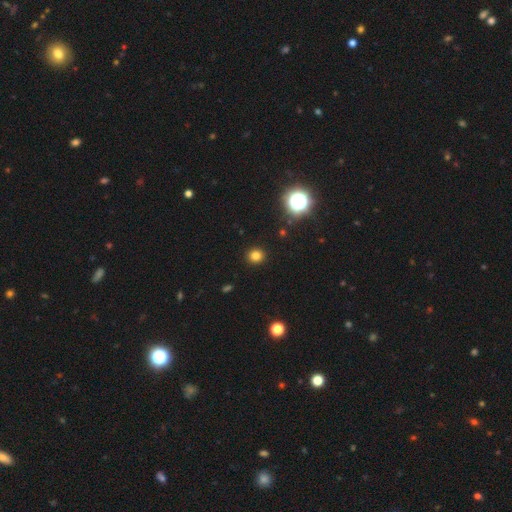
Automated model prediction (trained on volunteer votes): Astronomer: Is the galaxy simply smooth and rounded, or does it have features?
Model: smooth — 78%.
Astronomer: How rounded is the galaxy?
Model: round — 89%.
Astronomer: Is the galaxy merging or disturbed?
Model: none — 92%.